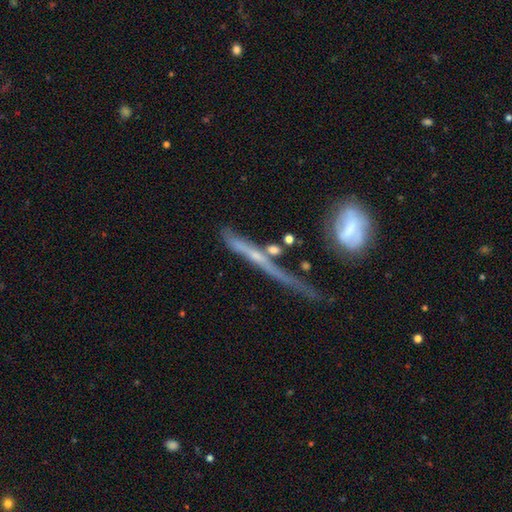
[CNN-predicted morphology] A featured or disk galaxy (63%) viewed edge-on (82%) with no central bulge (61%).

Vote fractions:
- Smooth or featured? featured or disk: 63% / smooth: 26% / star or artifact: 11%
- Edge-on disk? yes: 82% / no: 18%
- Edge-on bulge? none: 61% / rounded: 31% / boxy: 8%
- Merging? none: 46% / minor disturbance: 22% / major disturbance: 19% / merger: 13%